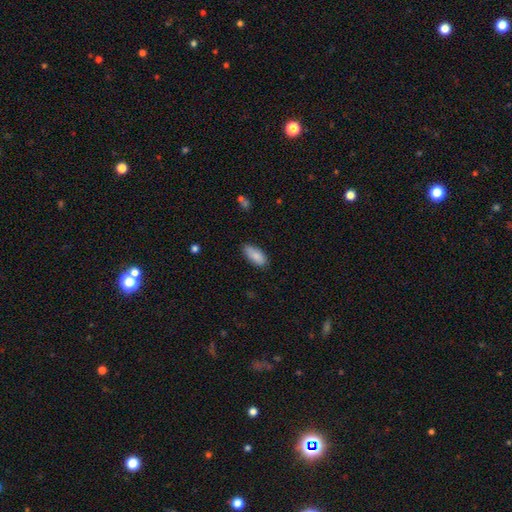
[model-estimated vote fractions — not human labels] smooth-or-featured: smooth: 85% | featured or disk: 8% | star or artifact: 7%
  how-rounded: in between: 85% | cigar-shaped: 12% | round: 2%
  merging: none: 77% | minor disturbance: 19% | major disturbance: 3% | merger: 1%